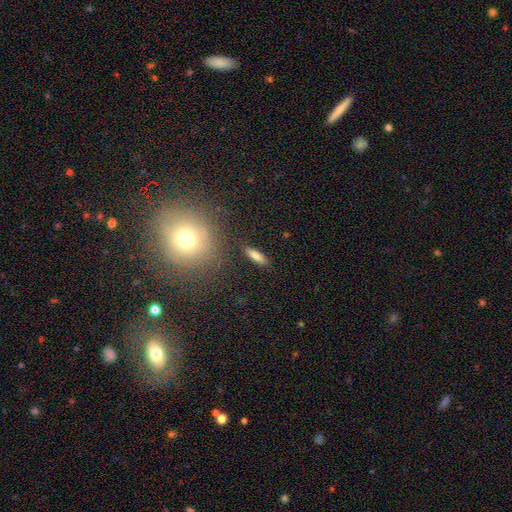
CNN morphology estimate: Q: Smooth or featured?
A: smooth (81%); runner-up: featured or disk (11%)
Q: How rounded?
A: cigar-shaped (51%); runner-up: in between (46%)
Q: Merging?
A: none (87%); runner-up: minor disturbance (8%)